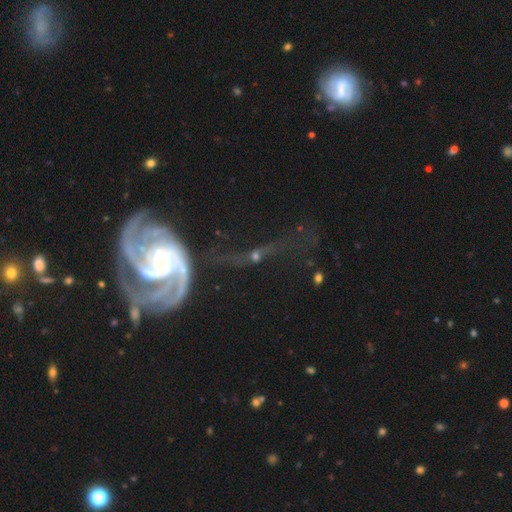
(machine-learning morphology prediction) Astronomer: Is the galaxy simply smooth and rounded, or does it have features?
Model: featured or disk — 66%.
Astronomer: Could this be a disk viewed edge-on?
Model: no — 75%.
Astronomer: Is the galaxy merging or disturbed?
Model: none — 36% (runner-up: major disturbance, 33%).